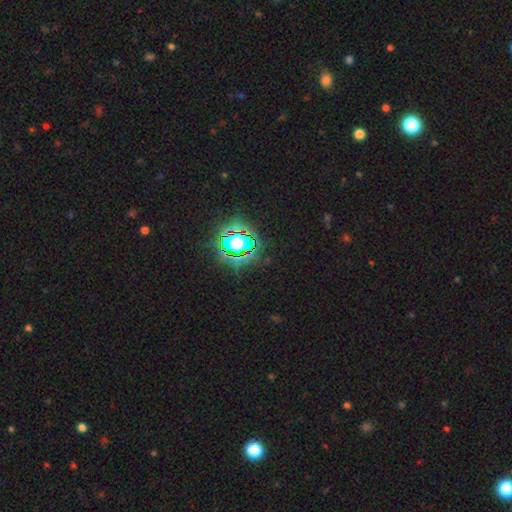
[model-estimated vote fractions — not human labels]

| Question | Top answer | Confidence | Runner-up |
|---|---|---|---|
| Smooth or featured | star or artifact | 76% | smooth (16%) |